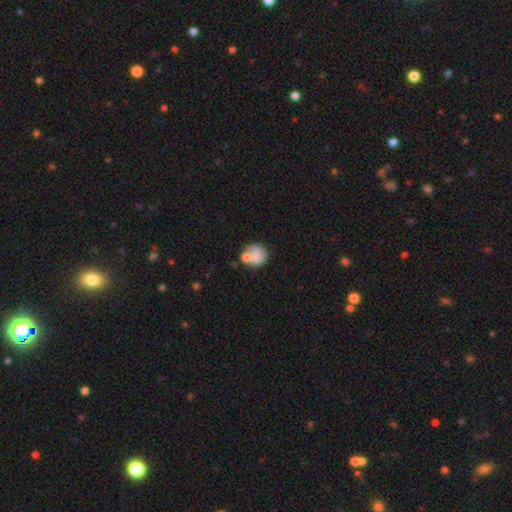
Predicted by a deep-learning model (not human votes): Smooth or featured?
  - smooth: 71% *
  - featured or disk: 21%
  - star or artifact: 8%
How rounded?
  - round: 81% *
  - in between: 18%
  - cigar-shaped: 1%
Merging?
  - none: 45% *
  - merger: 29%
  - minor disturbance: 17%
  - major disturbance: 8%